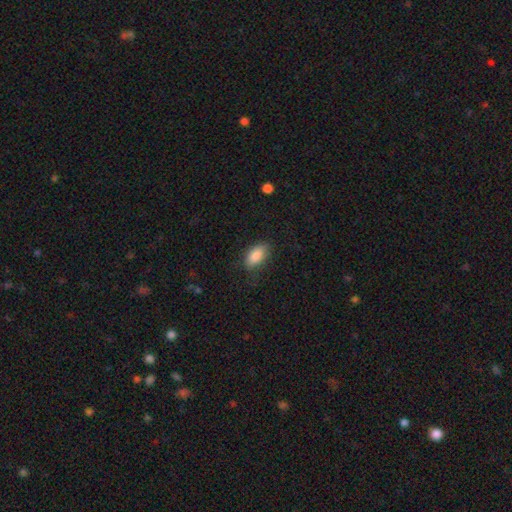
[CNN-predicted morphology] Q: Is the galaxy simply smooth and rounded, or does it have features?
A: smooth — 86%.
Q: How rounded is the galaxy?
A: in between — 90%.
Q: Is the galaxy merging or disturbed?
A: none — 76%.